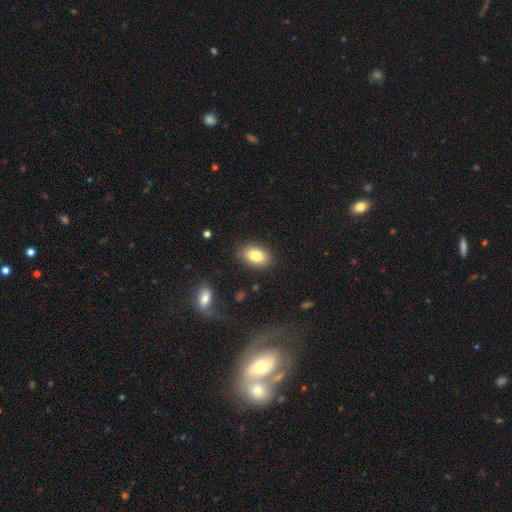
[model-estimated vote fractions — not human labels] A smooth galaxy with no disk features (82%) that is in between round and cigar-shaped (89%).

Vote fractions:
- Smooth or featured? smooth: 82% / featured or disk: 10% / star or artifact: 8%
- How rounded? in between: 89% / round: 10% / cigar-shaped: 2%
- Merging? none: 86% / minor disturbance: 10% / major disturbance: 3% / merger: 2%